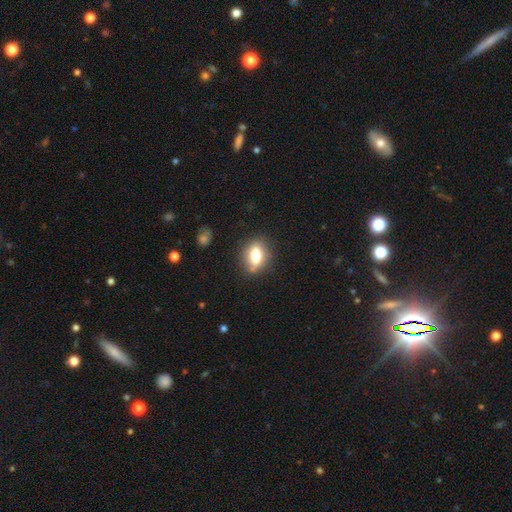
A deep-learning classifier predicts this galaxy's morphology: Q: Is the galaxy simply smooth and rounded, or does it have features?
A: smooth — 70%.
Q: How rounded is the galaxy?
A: in between — 71%.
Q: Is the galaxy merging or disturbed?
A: none — 79%.